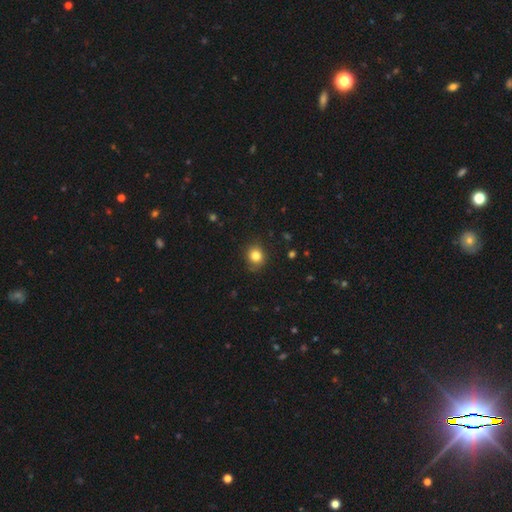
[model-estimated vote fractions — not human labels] smooth-or-featured: smooth: 83% | star or artifact: 11% | featured or disk: 6%
  how-rounded: round: 82% | in between: 17% | cigar-shaped: 1%
  merging: none: 85% | minor disturbance: 11% | major disturbance: 3% | merger: 1%